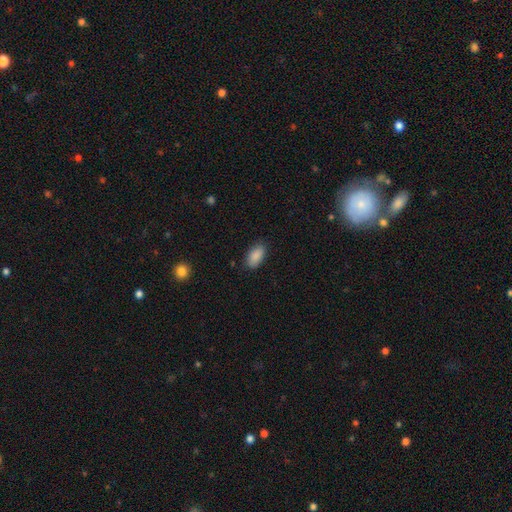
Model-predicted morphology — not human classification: This is clearly a smooth galaxy (90%). How rounded: clearly in between (93%). Merging: clearly none (86%).